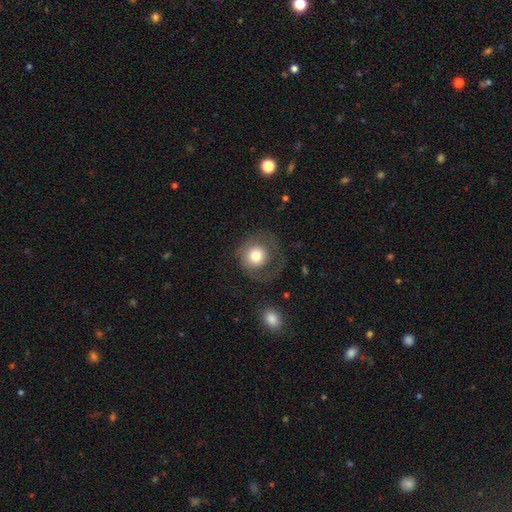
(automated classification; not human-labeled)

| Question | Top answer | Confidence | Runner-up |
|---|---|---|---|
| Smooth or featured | smooth | 66% | featured or disk (26%) |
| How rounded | round | 89% | in between (10%) |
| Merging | none | 51% | major disturbance (29%) |